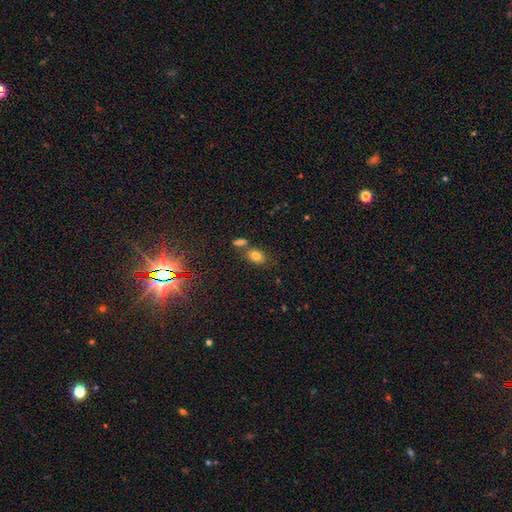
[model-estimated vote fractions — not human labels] Morphology: type=smooth (78%); roundness=in between (77%); merging=none (63%).